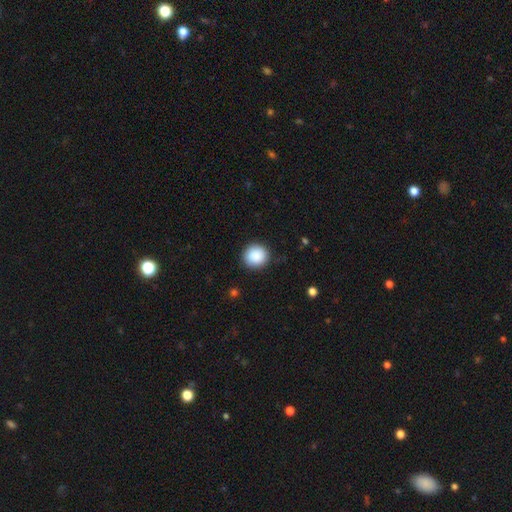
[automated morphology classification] Smooth or featured: smooth — 89% (star or artifact — 8%)
How rounded: round — 91% (in between — 8%)
Merging: none — 88% (minor disturbance — 8%)